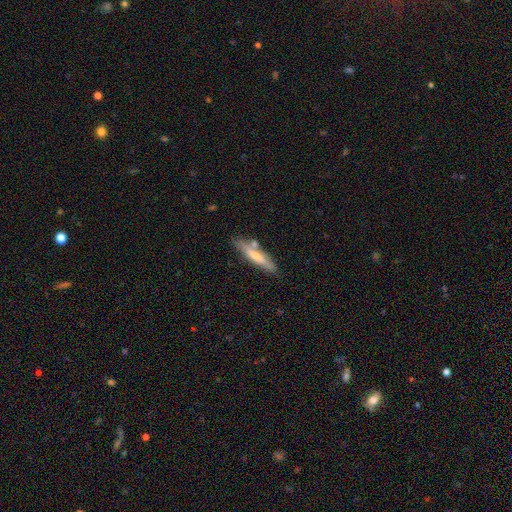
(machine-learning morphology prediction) A smooth galaxy with no disk features (58%) that is cigar-shaped (87%).

Vote fractions:
- Smooth or featured? smooth: 58% / featured or disk: 37% / star or artifact: 6%
- How rounded? cigar-shaped: 87% / in between: 12% / round: 2%
- Merging? none: 74% / minor disturbance: 14% / merger: 9% / major disturbance: 3%